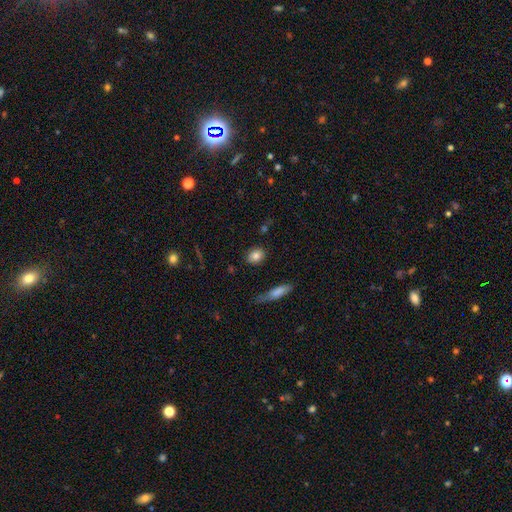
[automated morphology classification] Smooth or featured? smooth (84%)
How rounded? round (51%)
Merging? none (86%)